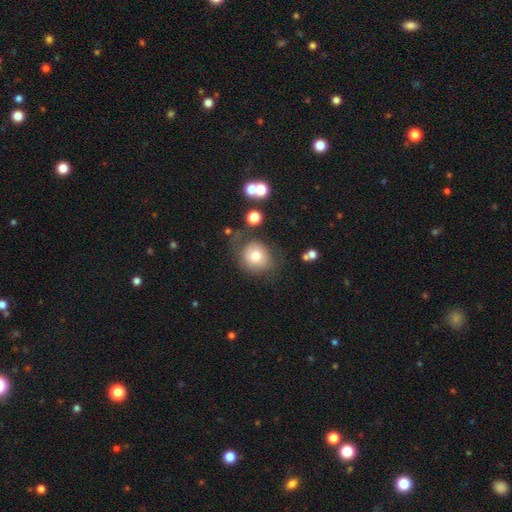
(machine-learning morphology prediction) A smooth galaxy with no disk features (73%) that is round (78%). Merging: none (60%).